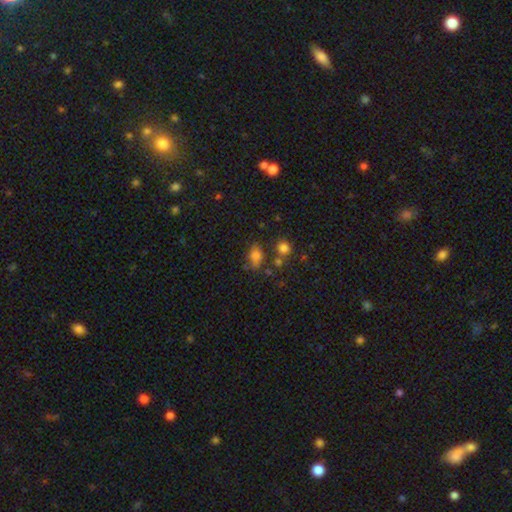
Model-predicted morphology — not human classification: Smooth or featured: smooth — 75% (star or artifact — 14%)
How rounded: in between — 73% (round — 25%)
Merging: none — 59% (minor disturbance — 22%)